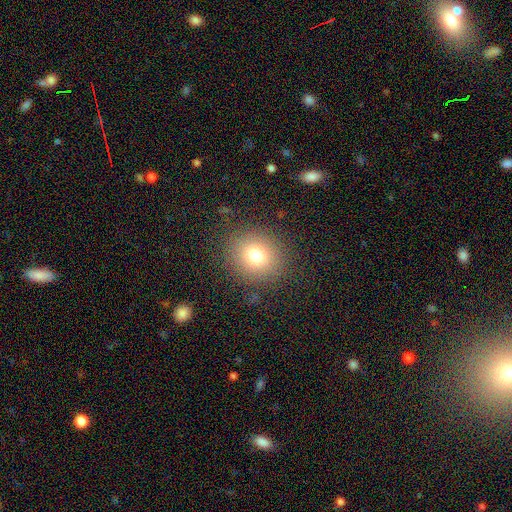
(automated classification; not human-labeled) Q: Smooth or featured?
A: smooth (74%); runner-up: star or artifact (15%)
Q: How rounded?
A: round (82%); runner-up: in between (17%)
Q: Merging?
A: none (86%); runner-up: minor disturbance (8%)